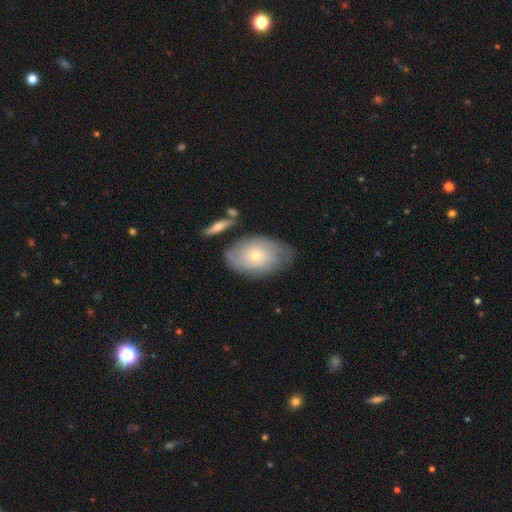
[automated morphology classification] Smooth or featured?
  - featured or disk: 57% *
  - smooth: 37%
  - star or artifact: 6%
Edge-on disk?
  - no: 93% *
  - yes: 7%
Bar?
  - no: 84% *
  - weak: 14%
  - strong: 2%
Spiral arms?
  - yes: 75% *
  - no: 25%
Bulge size?
  - small: 62% *
  - moderate: 35%
  - large: 2%
  - none: 1%
  - dominant: 1%
Merging?
  - none: 68% *
  - minor disturbance: 21%
  - major disturbance: 6%
  - merger: 4%